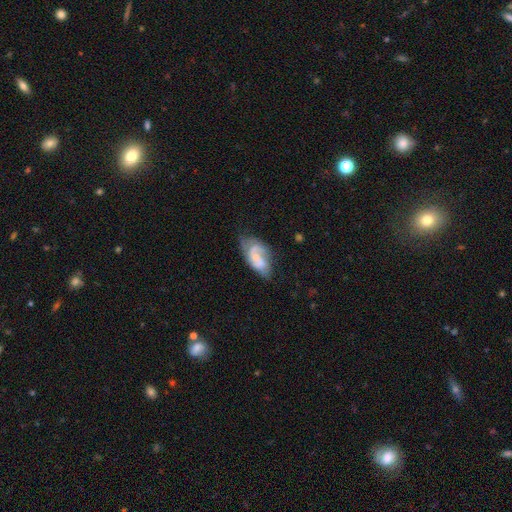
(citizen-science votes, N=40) Morphology: type=featured or disk (70%); edge-on=no (93%); bar=no (62%); spiral arms=yes (96%); winding=loose (44%); arm count=2 (88%); bulge=small (42%); merging=none (51%).